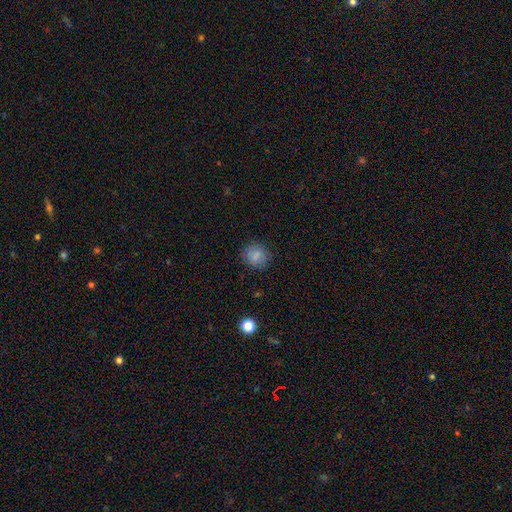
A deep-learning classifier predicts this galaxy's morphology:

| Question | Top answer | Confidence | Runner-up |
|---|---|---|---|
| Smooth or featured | smooth | 85% | star or artifact (10%) |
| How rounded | round | 83% | in between (16%) |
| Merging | none | 85% | minor disturbance (10%) |